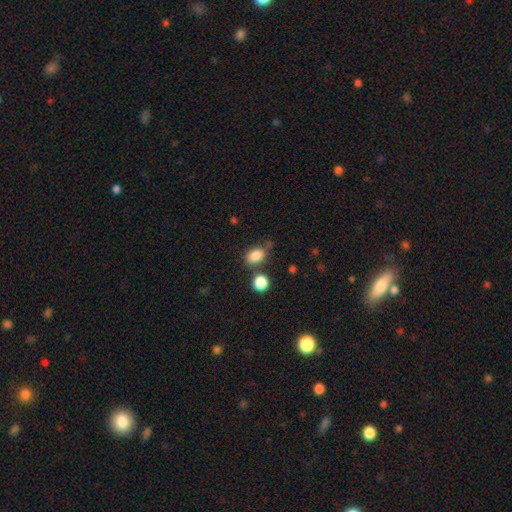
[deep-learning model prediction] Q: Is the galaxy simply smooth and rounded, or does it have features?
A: smooth — 85%.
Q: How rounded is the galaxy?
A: in between — 78%.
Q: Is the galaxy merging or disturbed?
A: none — 65%.